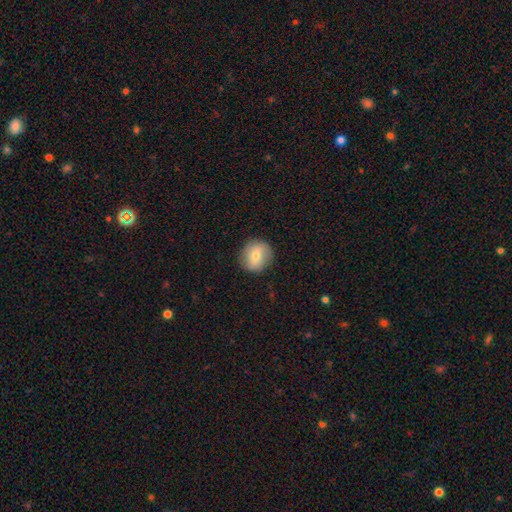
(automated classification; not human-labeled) smooth-or-featured: smooth: 69% | featured or disk: 23% | star or artifact: 8%
  how-rounded: round: 90% | in between: 9% | cigar-shaped: 1%
  merging: none: 87% | minor disturbance: 9% | major disturbance: 3% | merger: 1%